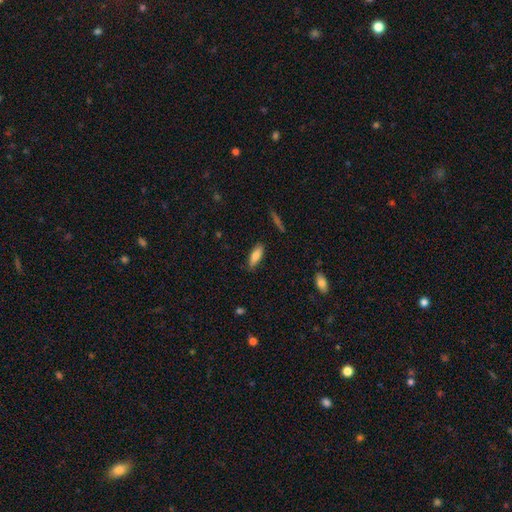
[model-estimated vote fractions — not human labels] Smooth or featured? Predicted: smooth (p=0.79). How rounded? Predicted: in between (p=0.57). Merging? Predicted: none (p=0.84).